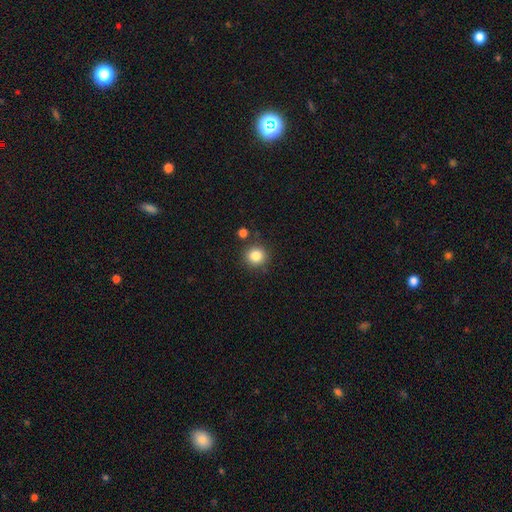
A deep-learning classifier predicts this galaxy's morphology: The model was most divided on "smooth or featured": smooth: 85%, star or artifact: 11%, featured or disk: 5%. More confident: how rounded — round (92%); merging — none (84%).